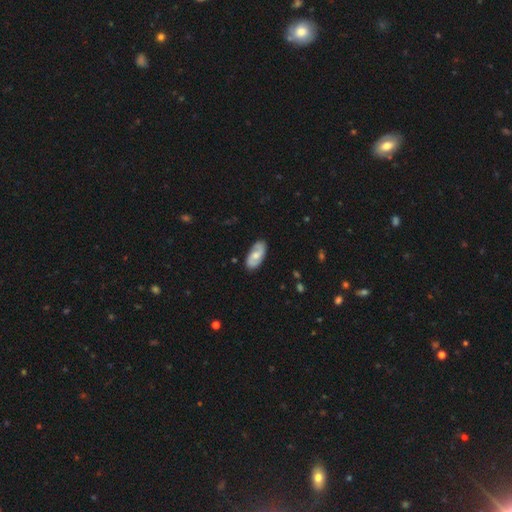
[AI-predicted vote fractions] Smooth or featured? Predicted: featured or disk (p=0.54). Edge-on disk? Predicted: no (p=0.93). Merging? Predicted: none (p=0.82).